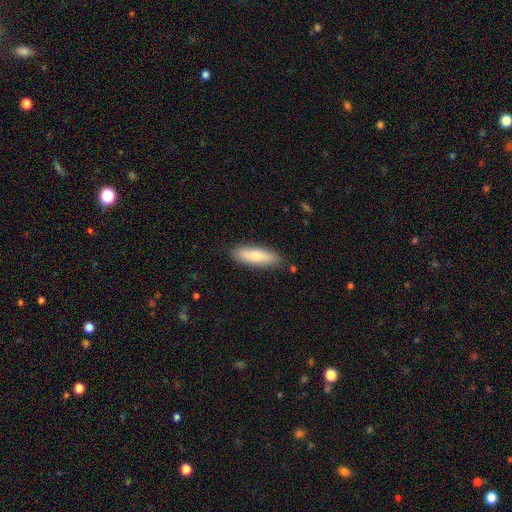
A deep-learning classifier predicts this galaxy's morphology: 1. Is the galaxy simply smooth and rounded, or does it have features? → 72% smooth, 22% featured or disk, 6% star or artifact.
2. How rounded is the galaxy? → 51% cigar-shaped, 48% in between, 2% round.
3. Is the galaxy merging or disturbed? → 84% none, 12% minor disturbance, 2% major disturbance, 2% merger.